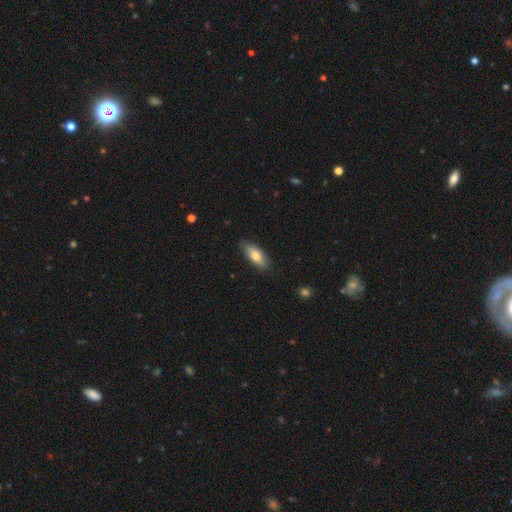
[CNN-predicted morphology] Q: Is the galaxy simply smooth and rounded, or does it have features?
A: smooth — 74%.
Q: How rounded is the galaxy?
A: in between — 71%.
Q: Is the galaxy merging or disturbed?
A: none — 84%.